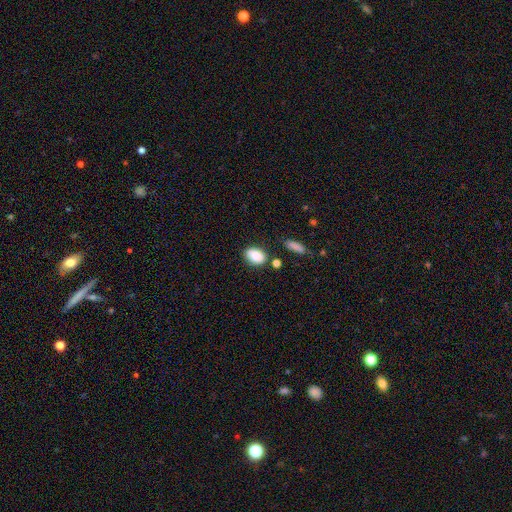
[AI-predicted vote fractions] A smooth galaxy with no disk features (87%) that is in between round and cigar-shaped (84%). Merging: none (72%).